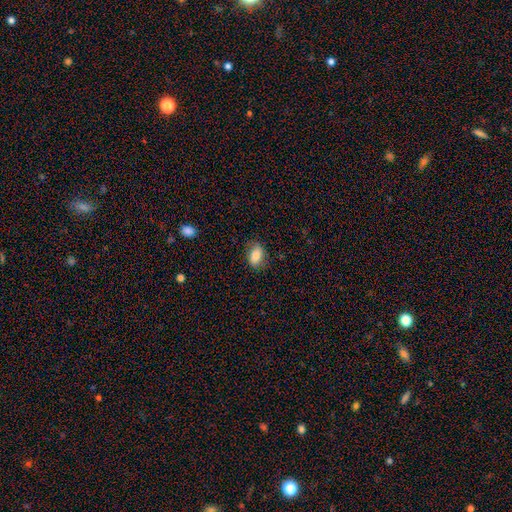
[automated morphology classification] Overall: smooth (83%). How rounded: in between (84%). Merging: none (75%).